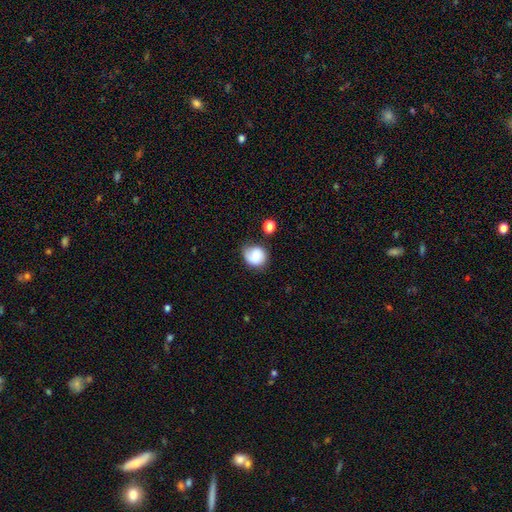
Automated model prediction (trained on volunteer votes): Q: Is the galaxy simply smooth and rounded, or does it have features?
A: smooth — 63%.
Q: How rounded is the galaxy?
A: round — 73%.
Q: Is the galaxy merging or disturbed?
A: none — 58%.